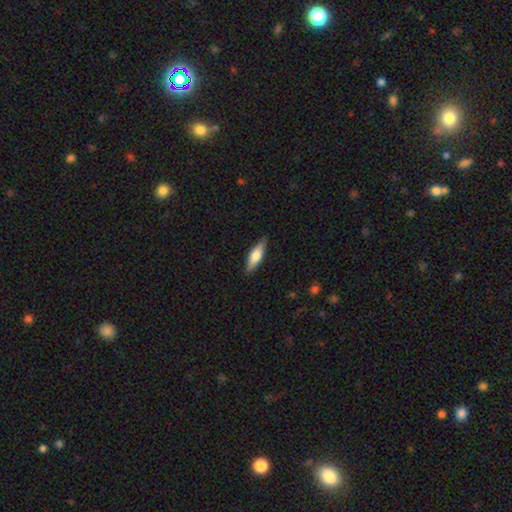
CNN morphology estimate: smooth_or_featured: smooth (p=0.65) [alt: featured or disk p=0.29]
how_rounded: in between (p=0.51) [alt: cigar-shaped p=0.47]
merging: none (p=0.87) [alt: minor disturbance p=0.10]